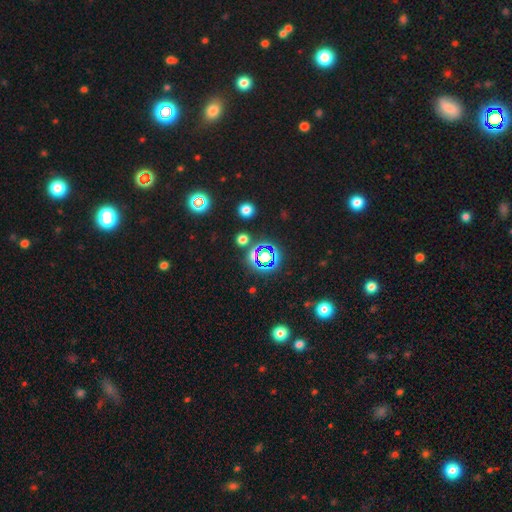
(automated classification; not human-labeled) A star or artifact, not a galaxy (61%).